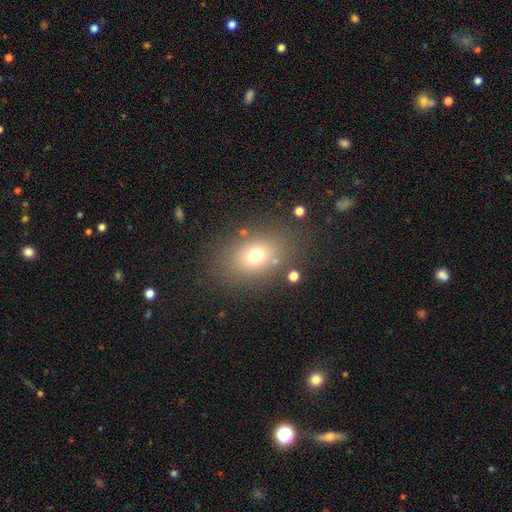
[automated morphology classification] Overall: smooth (70%). How rounded: in between (64%; round 35%). Merging: none (78%).